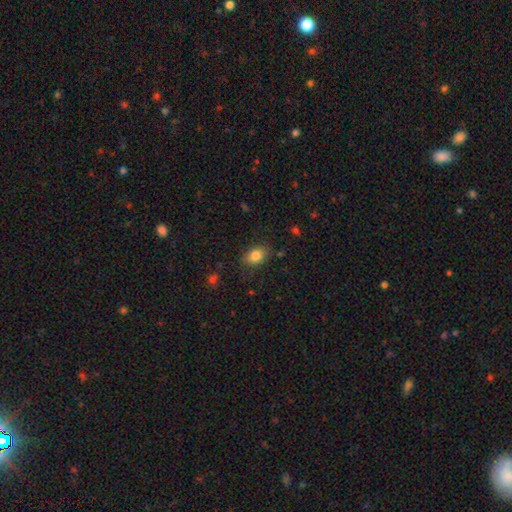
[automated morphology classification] A smooth galaxy with no disk features (82%) that is in between round and cigar-shaped (69%).

Vote fractions:
- Smooth or featured? smooth: 82% / star or artifact: 10% / featured or disk: 8%
- How rounded? in between: 69% / round: 29% / cigar-shaped: 1%
- Merging? none: 80% / minor disturbance: 15% / major disturbance: 4% / merger: 2%